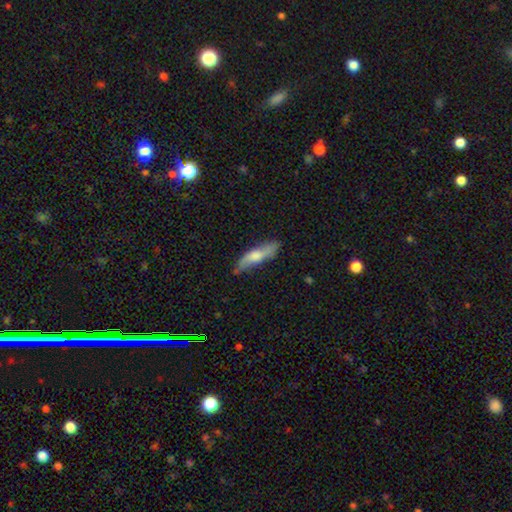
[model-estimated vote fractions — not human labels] smooth 60%, featured or disk 35%, star or artifact 6%. Down the decision tree: how rounded — cigar-shaped (67%); merging — none (72%).